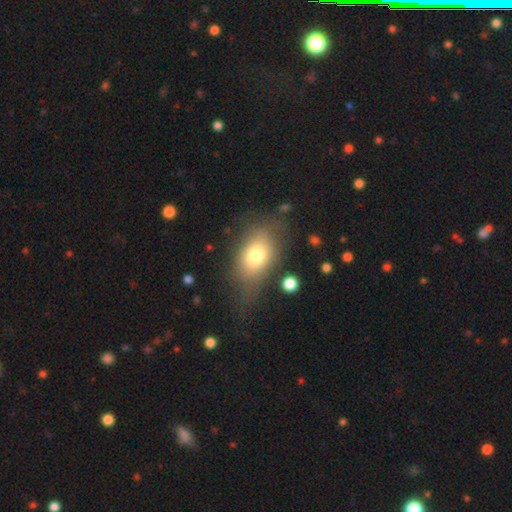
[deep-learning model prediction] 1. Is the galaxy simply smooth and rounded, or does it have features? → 71% smooth, 19% featured or disk, 10% star or artifact.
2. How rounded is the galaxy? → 81% in between, 17% round, 2% cigar-shaped.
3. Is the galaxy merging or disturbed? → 55% none, 24% minor disturbance, 18% major disturbance, 4% merger.